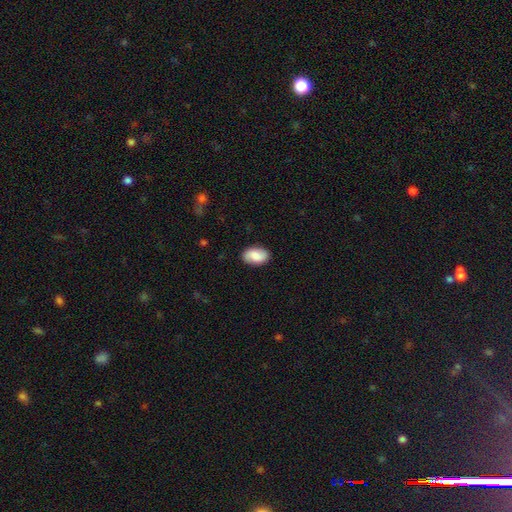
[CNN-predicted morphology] Q: Smooth or featured?
A: smooth (81%); runner-up: featured or disk (13%)
Q: How rounded?
A: in between (92%); runner-up: round (6%)
Q: Merging?
A: none (87%); runner-up: minor disturbance (10%)